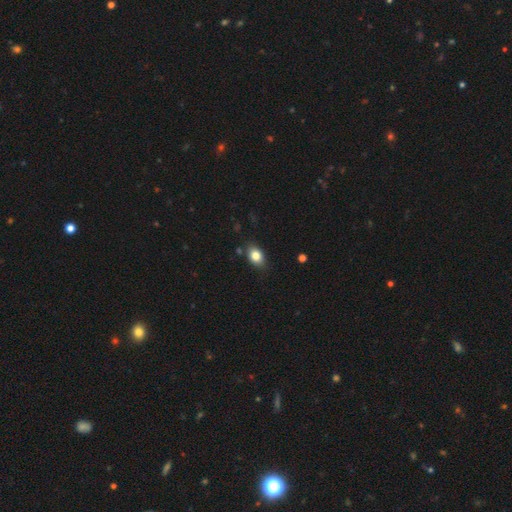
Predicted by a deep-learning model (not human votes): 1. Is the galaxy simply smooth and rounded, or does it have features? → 81% smooth, 10% featured or disk, 9% star or artifact.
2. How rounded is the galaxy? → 77% in between, 21% round, 2% cigar-shaped.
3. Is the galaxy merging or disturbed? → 80% none, 14% minor disturbance, 3% major disturbance, 2% merger.